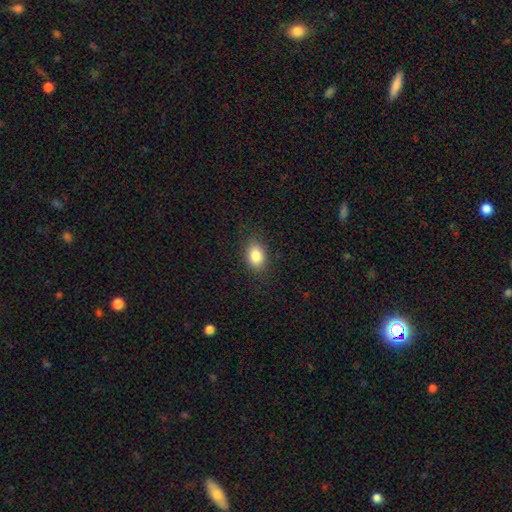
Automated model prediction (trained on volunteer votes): This appears to be a smooth galaxy with no disk features (84%) that is in between round and cigar-shaped (75%). Merging: none (86%).